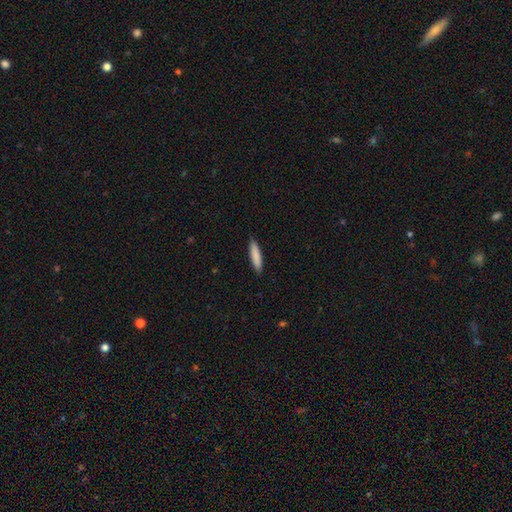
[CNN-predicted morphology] smooth_or_featured: smooth (p=0.87) [alt: featured or disk p=0.08]
how_rounded: cigar-shaped (p=0.82) [alt: in between p=0.17]
merging: none (p=0.90) [alt: minor disturbance p=0.08]